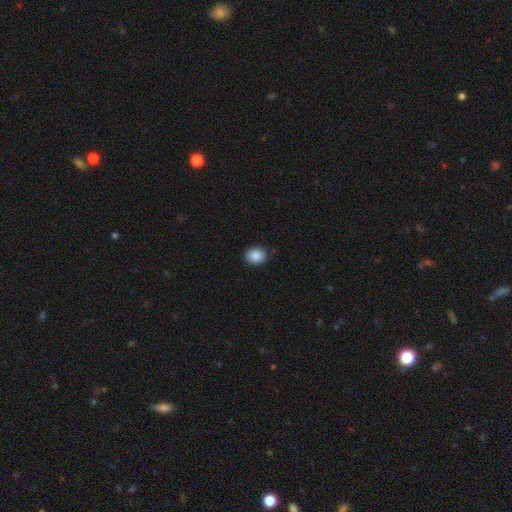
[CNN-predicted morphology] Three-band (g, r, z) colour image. It shows a smooth galaxy with no disk features (88%) that is round (64%). Merging: none (89%).